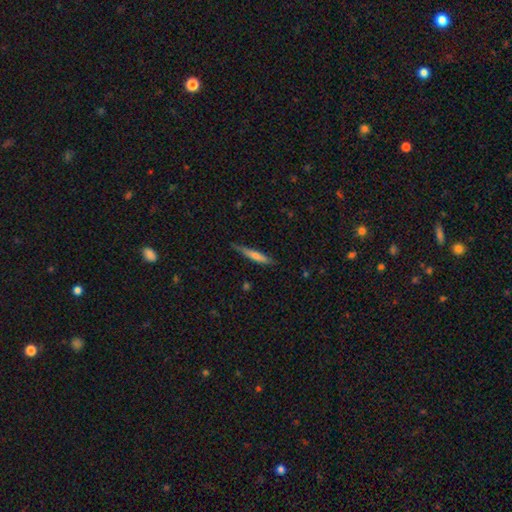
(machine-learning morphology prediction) smooth-or-featured: smooth: 55% | featured or disk: 39% | star or artifact: 6%
  how-rounded: cigar-shaped: 93% | in between: 5% | round: 2%
  merging: none: 78% | minor disturbance: 18% | major disturbance: 3% | merger: 2%